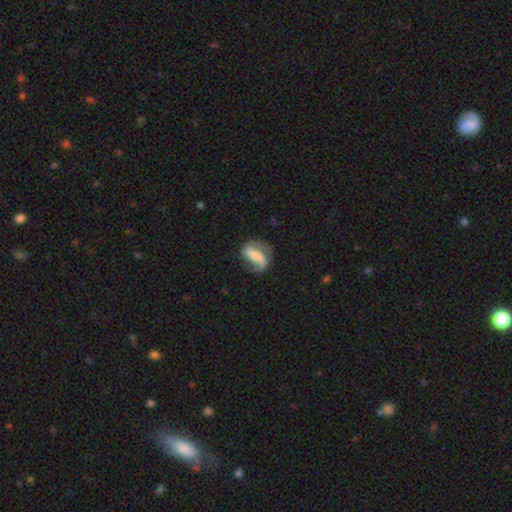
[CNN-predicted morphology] Smooth or featured? Predicted: featured or disk (p=0.73). Edge-on disk? Predicted: no (p=0.95). Bar? Predicted: strong (p=0.54). Spiral arms? Predicted: yes (p=0.91). Spiral winding? Predicted: loose (p=0.44). Spiral arm count? Predicted: 2 (p=0.80). Bulge size? Predicted: small (p=0.33). Merging? Predicted: none (p=0.65).